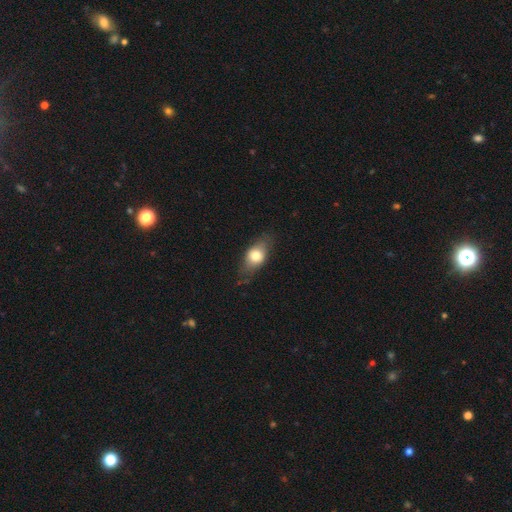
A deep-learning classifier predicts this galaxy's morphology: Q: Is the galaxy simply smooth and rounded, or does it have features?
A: smooth — 71%.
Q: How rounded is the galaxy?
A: in between — 77%.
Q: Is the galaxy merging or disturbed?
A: none — 74%.